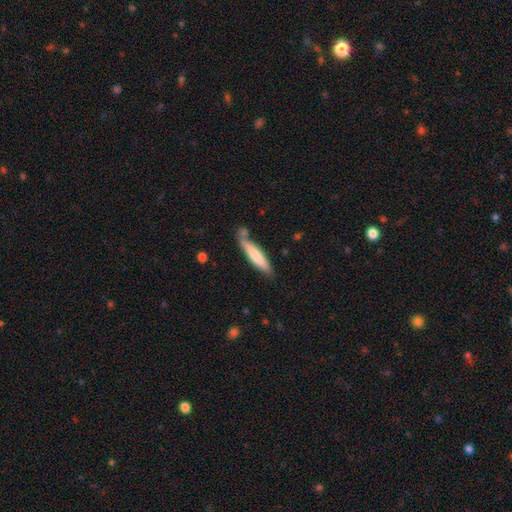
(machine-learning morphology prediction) This is likely a smooth galaxy (72%). How rounded: clearly cigar-shaped (85%). Merging: likely none (67%).